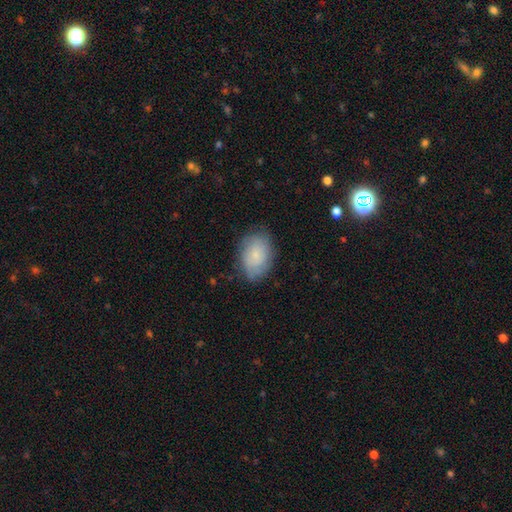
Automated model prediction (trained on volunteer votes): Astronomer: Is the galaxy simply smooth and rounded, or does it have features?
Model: smooth — 69%.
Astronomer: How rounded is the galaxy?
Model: in between — 85%.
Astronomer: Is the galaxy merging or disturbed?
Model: none — 79%.